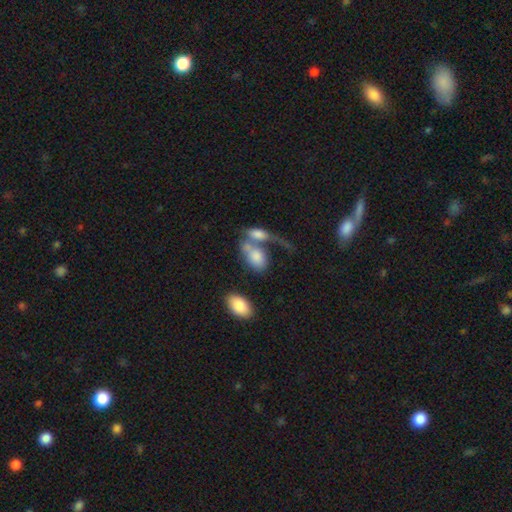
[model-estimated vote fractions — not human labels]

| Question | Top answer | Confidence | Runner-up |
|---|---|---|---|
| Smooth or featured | smooth | 69% | featured or disk (22%) |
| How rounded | in between | 86% | round (9%) |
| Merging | merger | 53% | none (21%) |